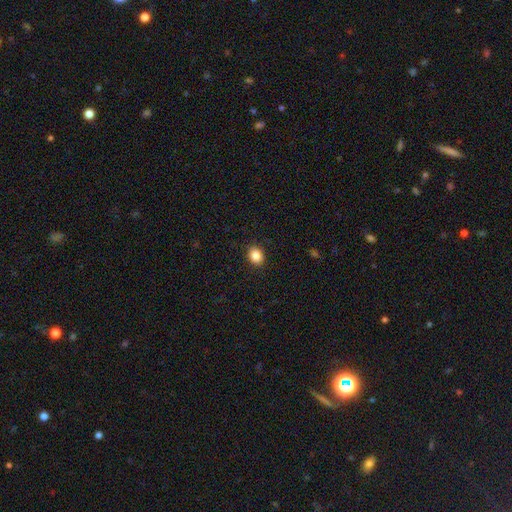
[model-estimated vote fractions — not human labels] smooth 87%, star or artifact 9%, featured or disk 4%. Down the decision tree: how rounded — round (52%); merging — none (90%).